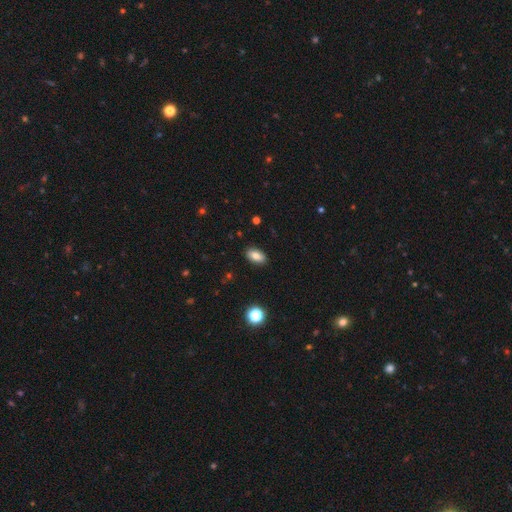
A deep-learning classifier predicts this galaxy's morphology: Smooth or featured? Predicted: smooth (p=0.79). How rounded? Predicted: in between (p=0.91). Merging? Predicted: none (p=0.89).